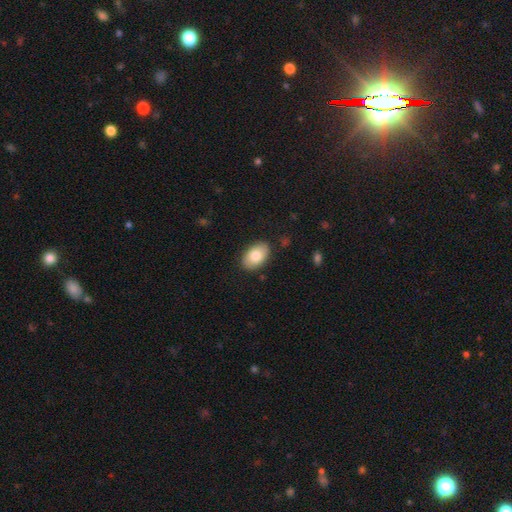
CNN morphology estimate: Smooth or featured?
  - smooth: 80% *
  - featured or disk: 14%
  - star or artifact: 6%
How rounded?
  - in between: 92% *
  - round: 7%
  - cigar-shaped: 1%
Merging?
  - none: 86% *
  - minor disturbance: 10%
  - major disturbance: 2%
  - merger: 1%